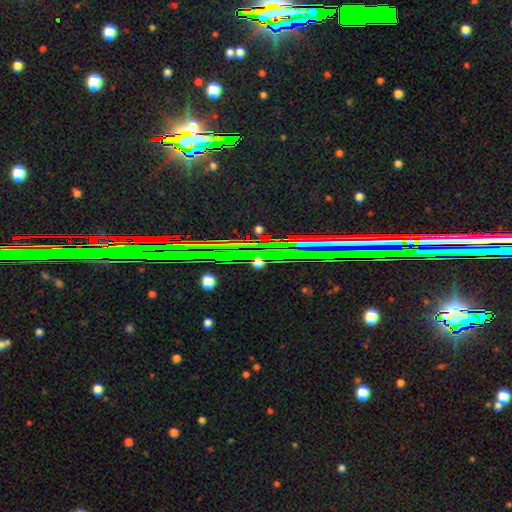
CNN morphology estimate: A star or artifact, not a galaxy (78%).